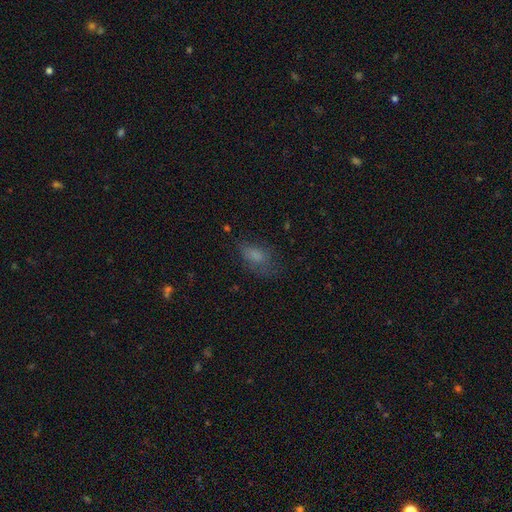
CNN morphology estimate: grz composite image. It shows a smooth galaxy with no disk features (70%) that is in between round and cigar-shaped (86%). Merging: none (50%).